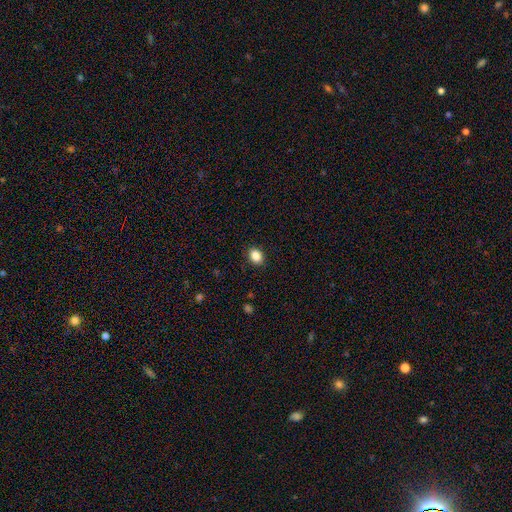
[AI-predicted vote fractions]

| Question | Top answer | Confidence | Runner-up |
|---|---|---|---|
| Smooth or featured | smooth | 87% | star or artifact (9%) |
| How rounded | in between | 59% | round (40%) |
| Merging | none | 90% | minor disturbance (7%) |